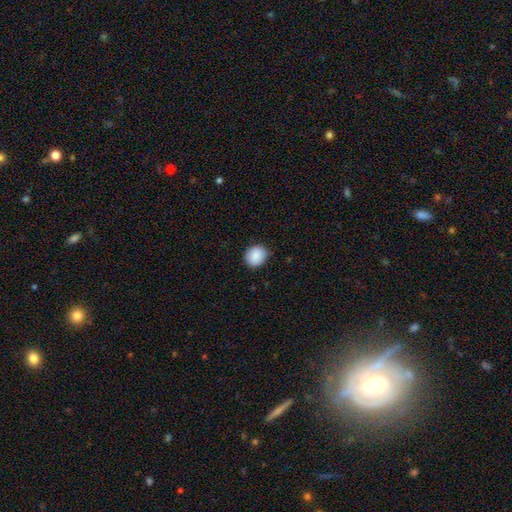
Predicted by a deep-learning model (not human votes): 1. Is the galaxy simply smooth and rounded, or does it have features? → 89% smooth, 8% star or artifact, 3% featured or disk.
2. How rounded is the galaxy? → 78% round, 21% in between, 1% cigar-shaped.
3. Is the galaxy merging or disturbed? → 88% none, 9% minor disturbance, 2% major disturbance, 1% merger.